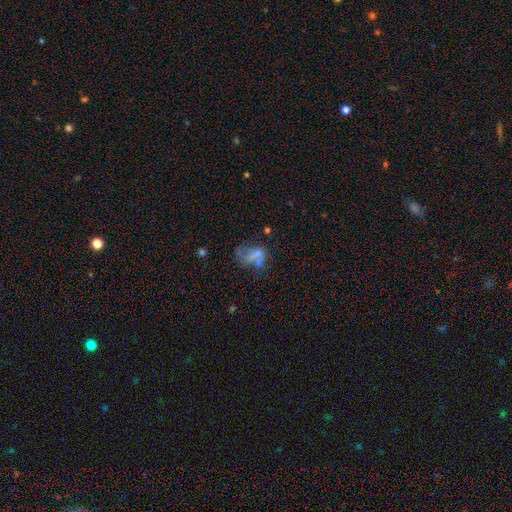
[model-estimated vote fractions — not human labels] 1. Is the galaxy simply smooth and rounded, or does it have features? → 42% featured or disk, 40% smooth, 18% star or artifact.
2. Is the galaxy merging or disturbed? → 37% major disturbance, 27% none, 19% merger, 18% minor disturbance.